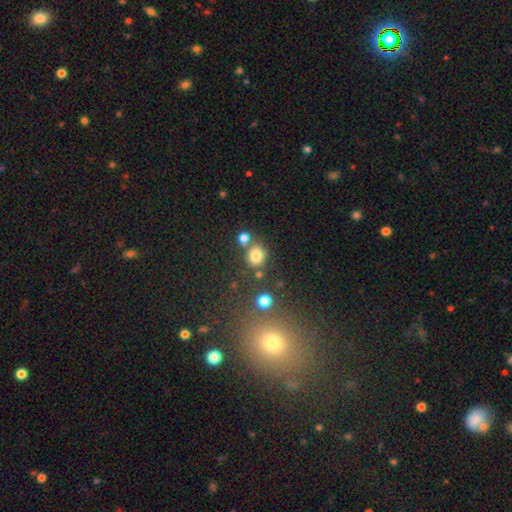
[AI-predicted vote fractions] Smooth or featured? Predicted: smooth (p=0.78). How rounded? Predicted: round (p=0.69). Merging? Predicted: none (p=0.62).